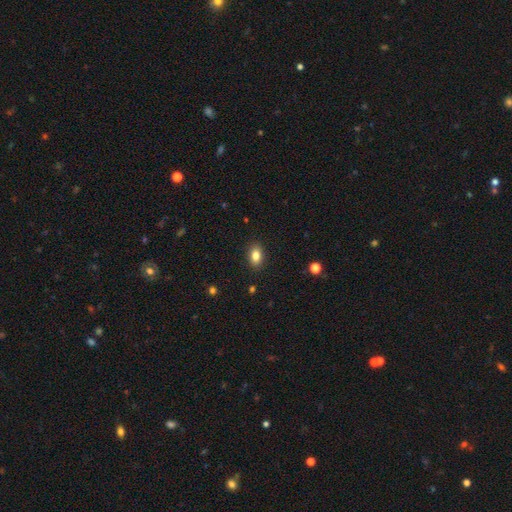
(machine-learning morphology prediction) A smooth galaxy with no disk features (83%) that is in between round and cigar-shaped (84%). Merging: none (89%).